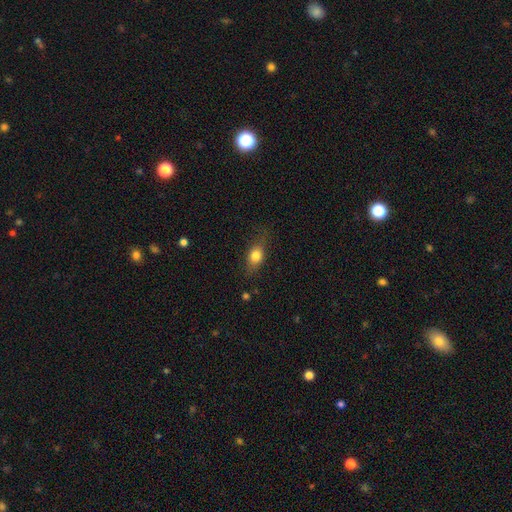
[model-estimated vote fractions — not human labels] Smooth or featured?
  - smooth: 76% *
  - featured or disk: 15%
  - star or artifact: 9%
How rounded?
  - in between: 68% *
  - round: 24%
  - cigar-shaped: 8%
Merging?
  - none: 71% *
  - minor disturbance: 20%
  - major disturbance: 7%
  - merger: 1%